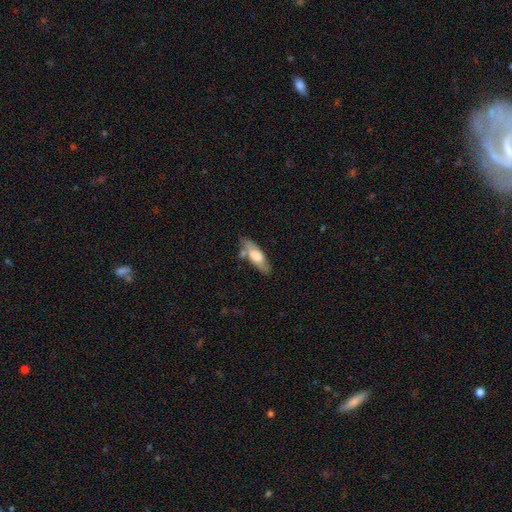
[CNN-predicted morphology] smooth_or_featured: smooth (p=0.58) [alt: featured or disk p=0.36]
how_rounded: in between (p=0.61) [alt: cigar-shaped p=0.37]
merging: none (p=0.63) [alt: minor disturbance p=0.21]